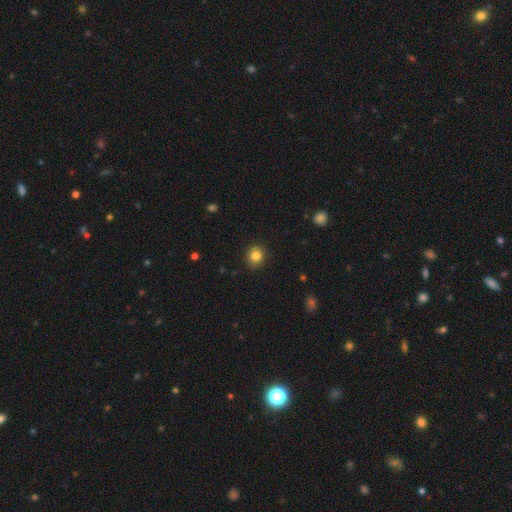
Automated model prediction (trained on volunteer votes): smooth_or_featured: smooth (p=0.84) [alt: star or artifact p=0.11]
how_rounded: round (p=0.84) [alt: in between p=0.16]
merging: none (p=0.91) [alt: minor disturbance p=0.07]